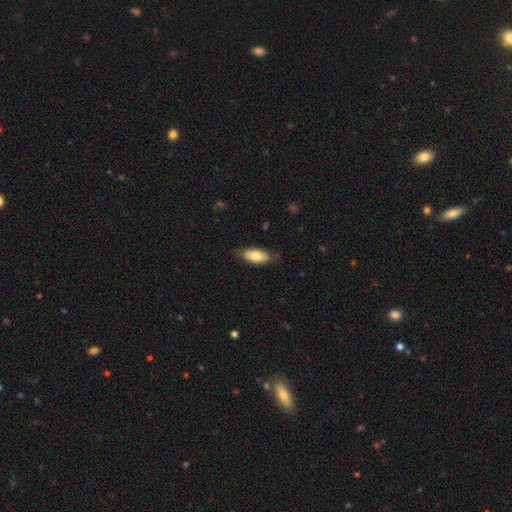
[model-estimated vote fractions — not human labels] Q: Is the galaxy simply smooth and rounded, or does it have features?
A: smooth — 78%.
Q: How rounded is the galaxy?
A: in between — 87%.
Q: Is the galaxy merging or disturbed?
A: none — 77%.